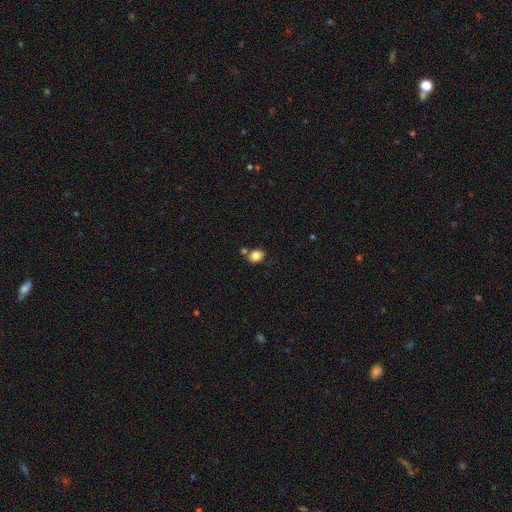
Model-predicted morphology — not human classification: Smooth or featured? Predicted: smooth (p=0.84). How rounded? Predicted: in between (p=0.55). Merging? Predicted: none (p=0.69).